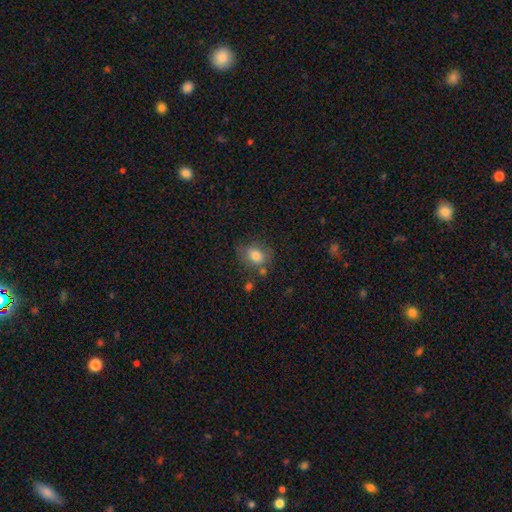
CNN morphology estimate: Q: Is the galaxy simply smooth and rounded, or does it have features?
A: smooth — 78%.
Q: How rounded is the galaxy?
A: in between — 57%.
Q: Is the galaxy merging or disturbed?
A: none — 61%.